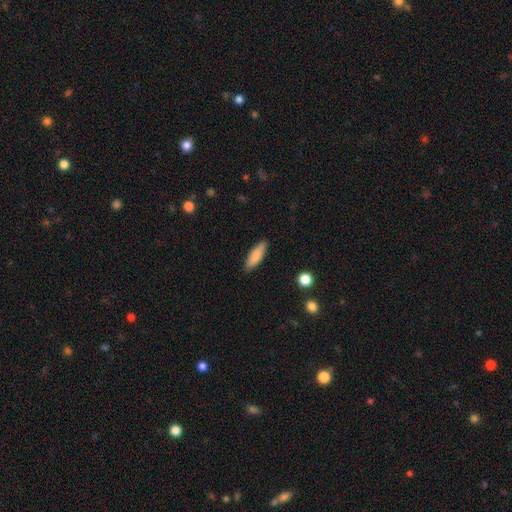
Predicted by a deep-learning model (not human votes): A smooth galaxy with no disk features (83%) that is in between round and cigar-shaped (51%). Merging: none (86%).